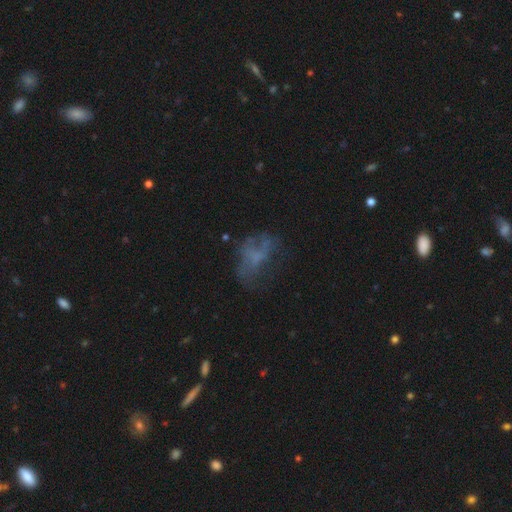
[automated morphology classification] smooth-or-featured: featured or disk: 47% | smooth: 33% | star or artifact: 21%
  merging: none: 42% | major disturbance: 34% | minor disturbance: 20% | merger: 4%